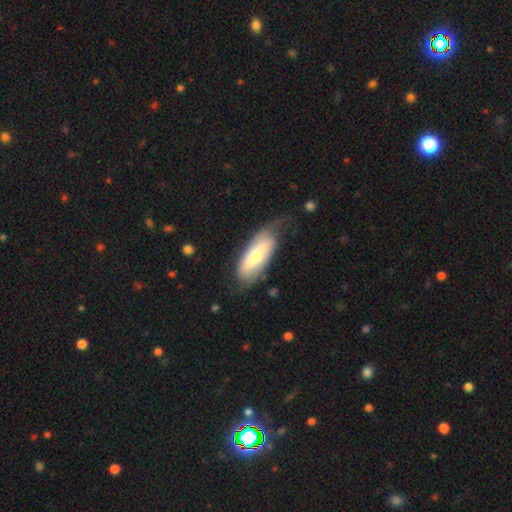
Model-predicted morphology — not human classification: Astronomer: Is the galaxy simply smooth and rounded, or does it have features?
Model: smooth — 50% (runner-up: featured or disk, 44%).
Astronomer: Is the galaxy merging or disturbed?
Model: none — 52% (runner-up: minor disturbance, 30%).